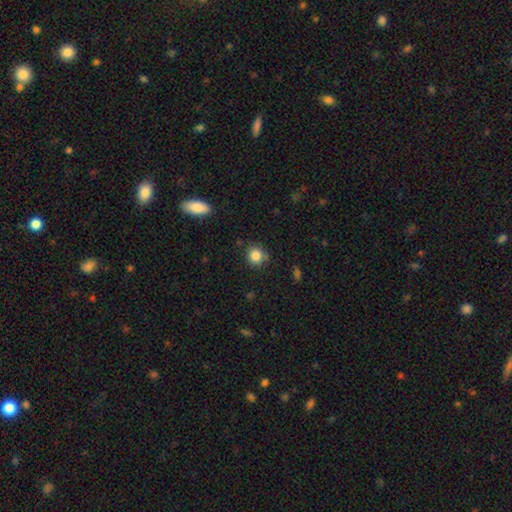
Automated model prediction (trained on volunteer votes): smooth-or-featured: smooth: 84% | star or artifact: 10% | featured or disk: 5%
  how-rounded: round: 86% | in between: 13% | cigar-shaped: 1%
  merging: none: 81% | minor disturbance: 13% | merger: 3% | major disturbance: 3%